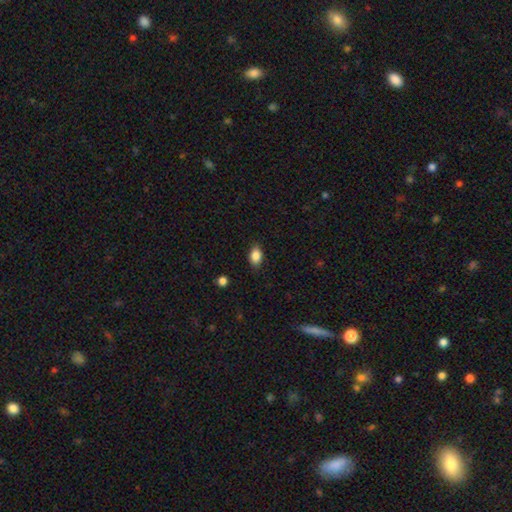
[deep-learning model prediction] Smooth or featured: smooth — 86% (star or artifact — 8%)
How rounded: in between — 85% (round — 13%)
Merging: none — 86% (minor disturbance — 11%)